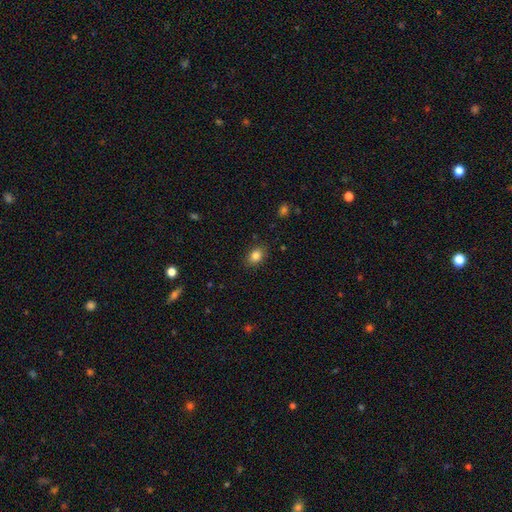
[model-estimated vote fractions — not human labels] smooth-or-featured: smooth: 84% | star or artifact: 10% | featured or disk: 6%
  how-rounded: in between: 70% | round: 29% | cigar-shaped: 1%
  merging: none: 85% | minor disturbance: 11% | major disturbance: 3% | merger: 1%